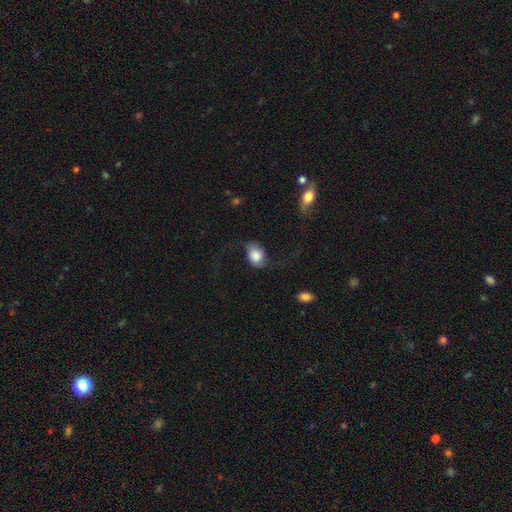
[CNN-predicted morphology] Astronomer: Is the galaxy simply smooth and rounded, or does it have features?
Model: smooth — 62%.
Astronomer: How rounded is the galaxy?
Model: in between — 59% (runner-up: round, 39%).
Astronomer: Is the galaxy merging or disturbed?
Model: none — 51%.